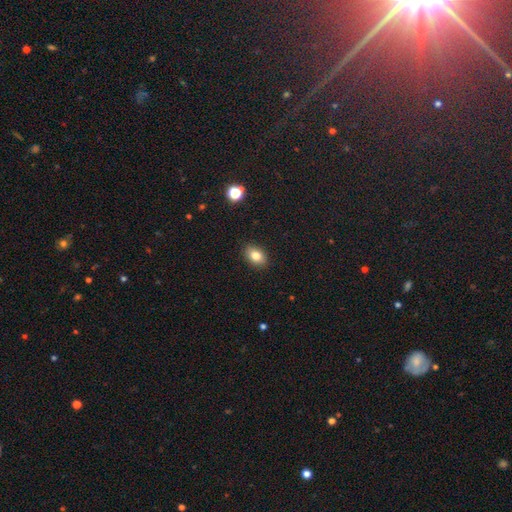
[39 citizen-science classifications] Smooth or featured: smooth — 74% (featured or disk — 21%)
How rounded: in between — 76% (round — 24%)
Merging: none — 92% (minor disturbance — 8%)